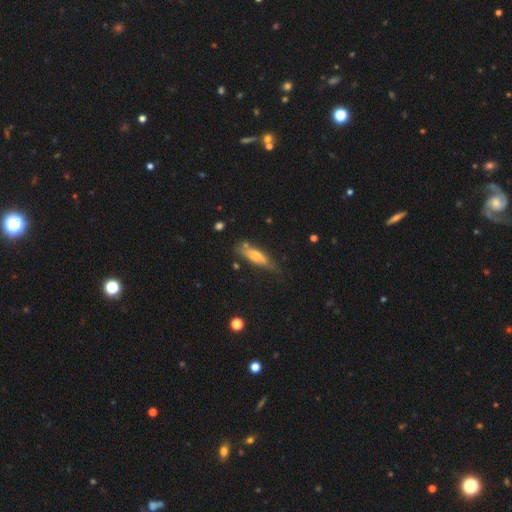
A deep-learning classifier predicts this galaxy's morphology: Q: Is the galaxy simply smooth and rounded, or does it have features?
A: smooth — 62%.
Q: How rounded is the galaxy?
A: cigar-shaped — 60%.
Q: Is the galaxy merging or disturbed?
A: none — 56%.